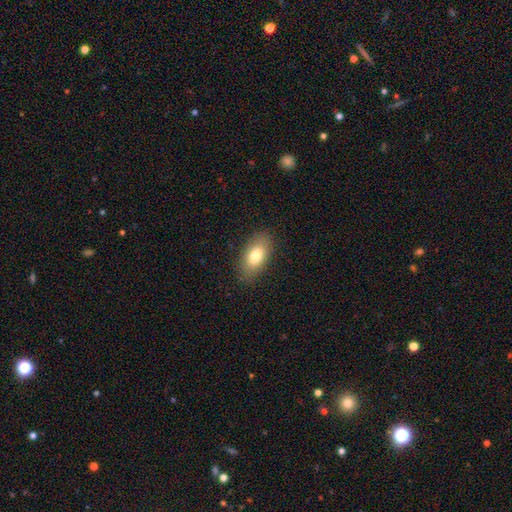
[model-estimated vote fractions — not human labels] smooth_or_featured: smooth (p=0.78) [alt: featured or disk p=0.14]
how_rounded: in between (p=0.90) [alt: cigar-shaped p=0.06]
merging: none (p=0.87) [alt: minor disturbance p=0.10]